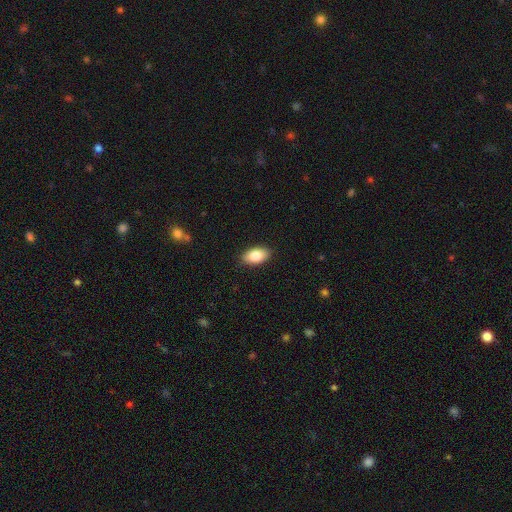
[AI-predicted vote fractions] Smooth or featured? Predicted: smooth (p=0.85). How rounded? Predicted: in between (p=0.93). Merging? Predicted: none (p=0.89).